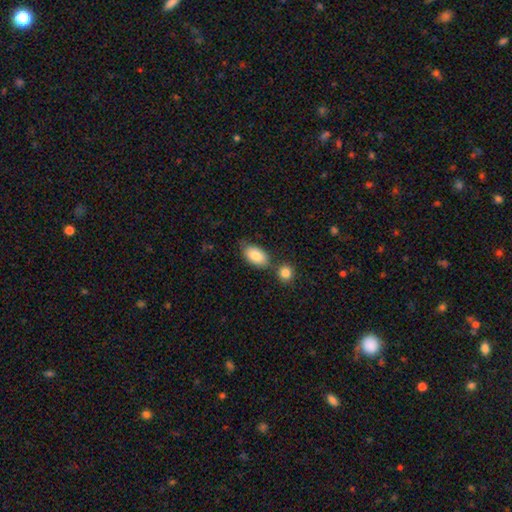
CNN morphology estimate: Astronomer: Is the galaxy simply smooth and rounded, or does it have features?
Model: smooth — 84%.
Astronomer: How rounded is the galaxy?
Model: in between — 92%.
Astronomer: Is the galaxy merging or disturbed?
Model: none — 62%.